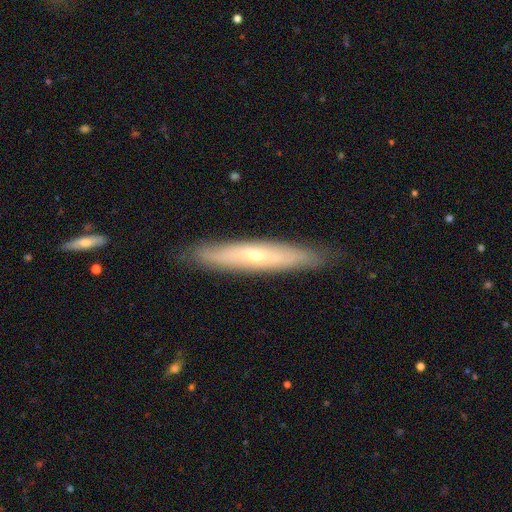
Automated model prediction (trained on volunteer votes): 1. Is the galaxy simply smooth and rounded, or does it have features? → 58% featured or disk, 36% smooth, 7% star or artifact.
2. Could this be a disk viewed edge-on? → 68% yes, 32% no.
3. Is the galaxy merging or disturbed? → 86% none, 11% minor disturbance, 2% major disturbance, 1% merger.